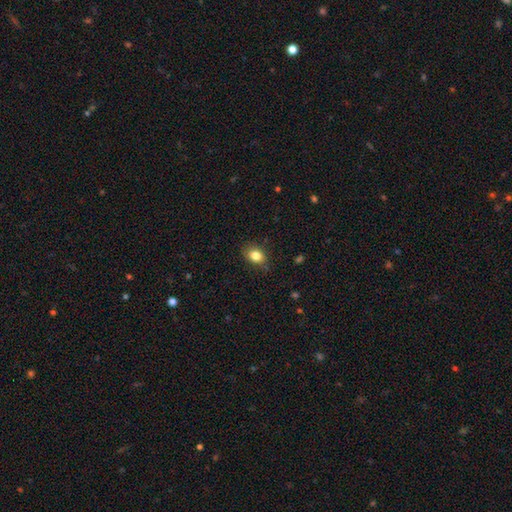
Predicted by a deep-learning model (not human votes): Smooth or featured? Predicted: smooth (p=0.84). How rounded? Predicted: in between (p=0.65). Merging? Predicted: none (p=0.82).